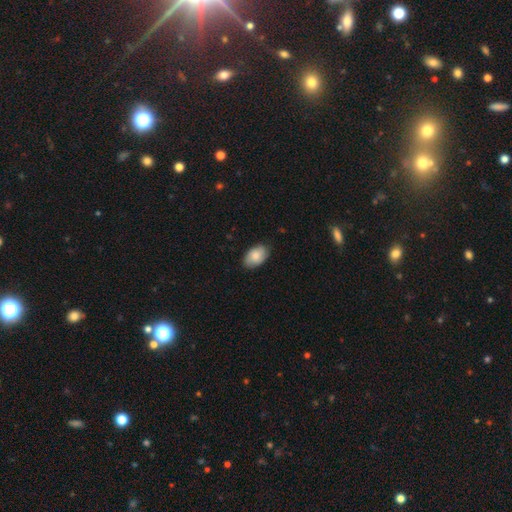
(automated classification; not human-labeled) Overall: smooth (83%). How rounded: in between (93%). Merging: none (84%).